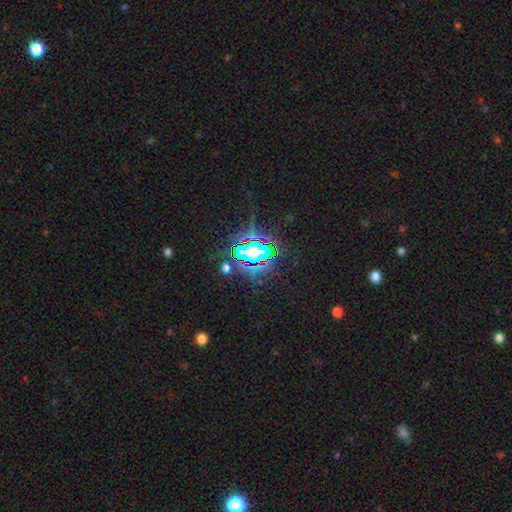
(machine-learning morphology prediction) type=star or artifact (83%).